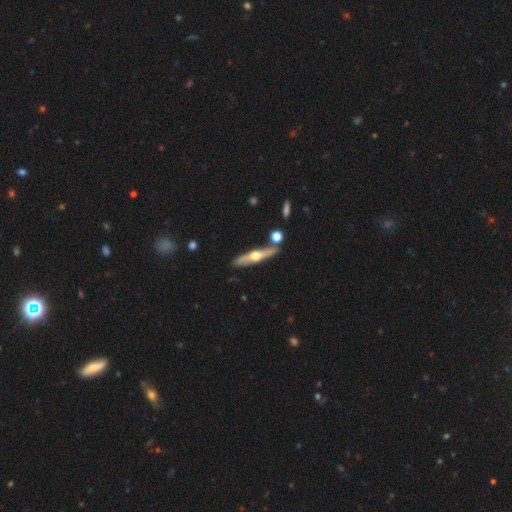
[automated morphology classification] smooth-or-featured: featured or disk: 63% | smooth: 31% | star or artifact: 5%
  disk-edge-on: yes: 92% | no: 8%
    edge-on-bulge: rounded: 94% | none: 4% | boxy: 2%
  merging: none: 80% | minor disturbance: 11% | merger: 7% | major disturbance: 3%